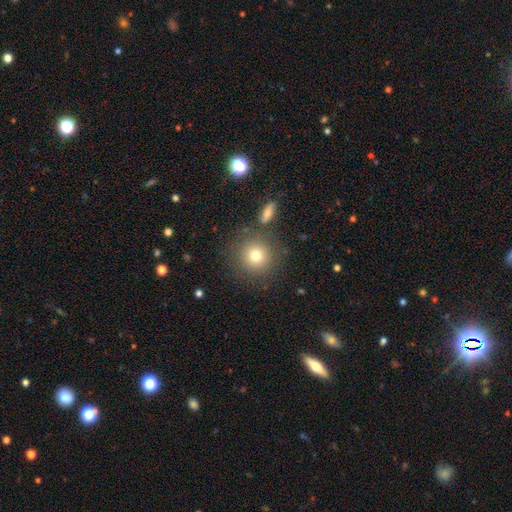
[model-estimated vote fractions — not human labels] Morphology: type=smooth (77%); roundness=round (93%); merging=none (82%).